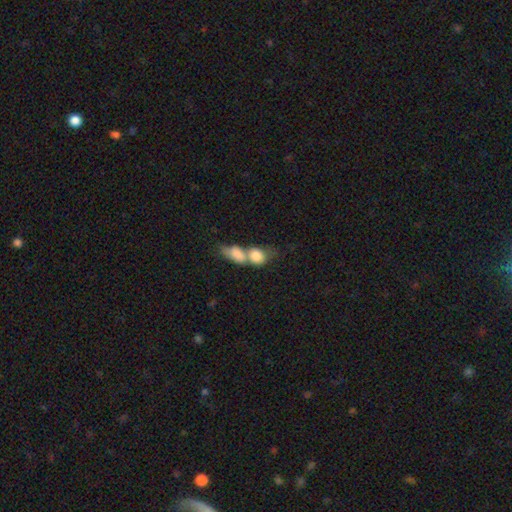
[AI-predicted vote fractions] The model was most divided on "how rounded": in between: 63%, round: 33%, cigar-shaped: 4%. More confident: smooth or featured — smooth (78%); merging — merger (76%).